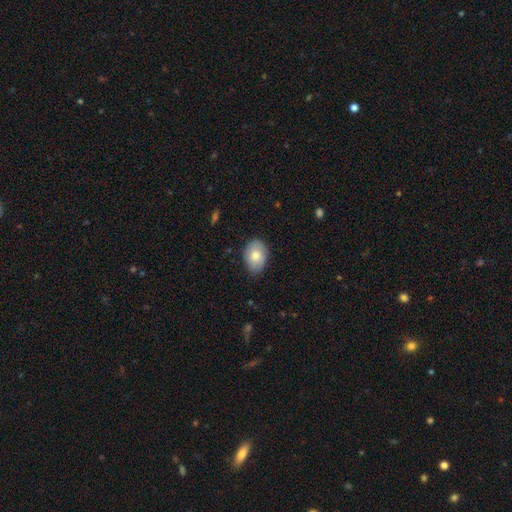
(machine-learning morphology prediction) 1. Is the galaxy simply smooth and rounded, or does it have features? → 78% smooth, 15% featured or disk, 7% star or artifact.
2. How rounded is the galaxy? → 78% in between, 21% round, 1% cigar-shaped.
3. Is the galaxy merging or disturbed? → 80% none, 16% minor disturbance, 3% major disturbance, 1% merger.